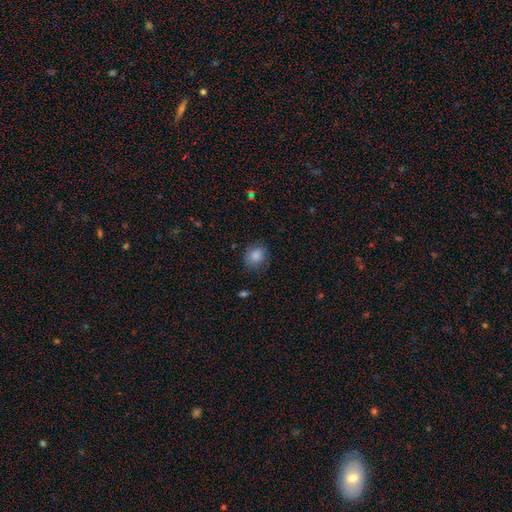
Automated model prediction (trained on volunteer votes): smooth-or-featured: smooth: 85% | star or artifact: 9% | featured or disk: 6%
  how-rounded: round: 78% | in between: 21% | cigar-shaped: 1%
  merging: none: 78% | minor disturbance: 16% | major disturbance: 4% | merger: 1%